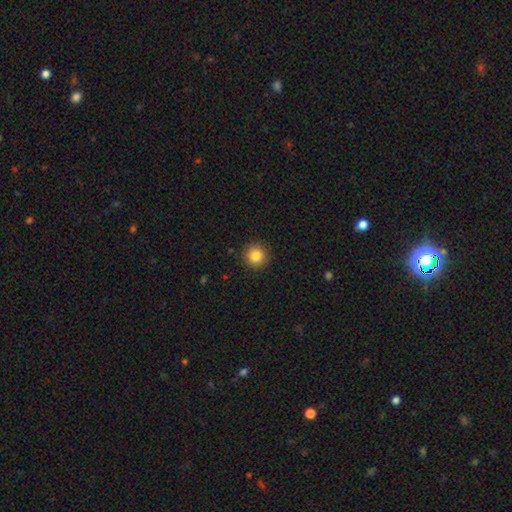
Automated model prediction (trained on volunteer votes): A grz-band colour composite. It shows a smooth galaxy with no disk features (84%) that is round (95%). Merging: none (92%).